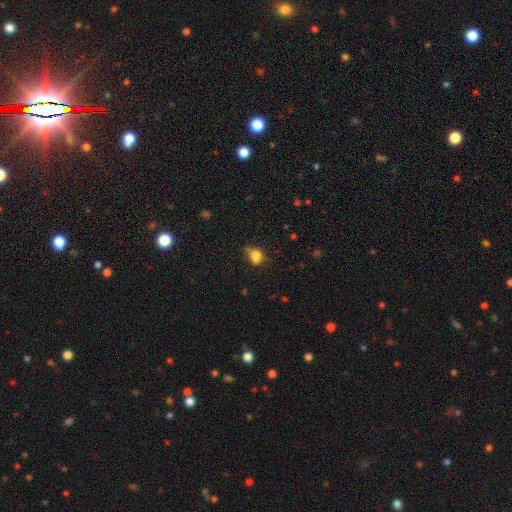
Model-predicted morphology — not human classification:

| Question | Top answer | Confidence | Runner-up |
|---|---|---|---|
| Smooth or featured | smooth | 80% | star or artifact (12%) |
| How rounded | in between | 53% | round (45%) |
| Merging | none | 51% | minor disturbance (29%) |